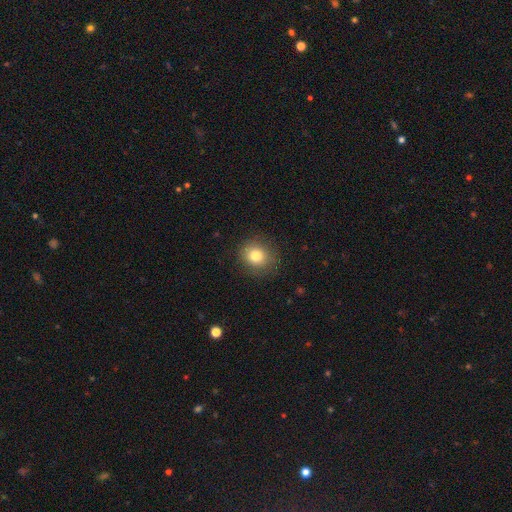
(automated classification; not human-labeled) This appears to be a smooth galaxy with no disk features (80%) that is round (77%). Merging: none (84%).